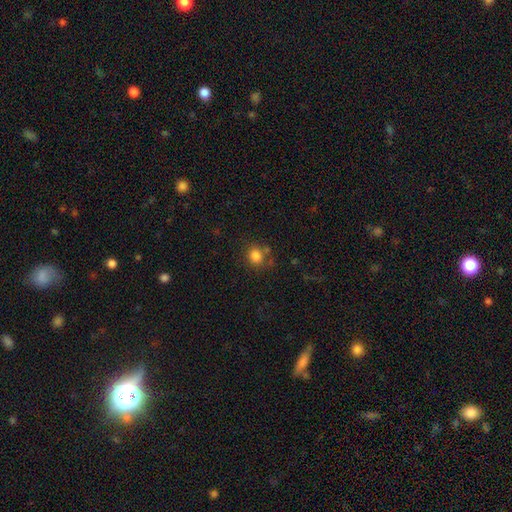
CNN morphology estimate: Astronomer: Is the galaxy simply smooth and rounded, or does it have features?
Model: smooth — 82%.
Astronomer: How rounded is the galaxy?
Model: round — 79%.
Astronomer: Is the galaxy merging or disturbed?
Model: none — 74%.